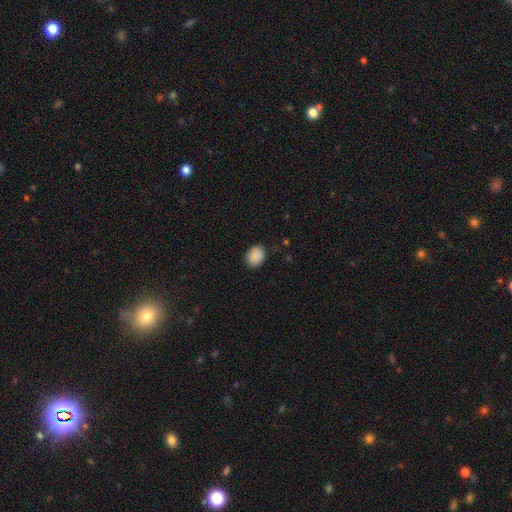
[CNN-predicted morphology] Smooth or featured? smooth (89%)
How rounded? round (54%)
Merging? none (87%)